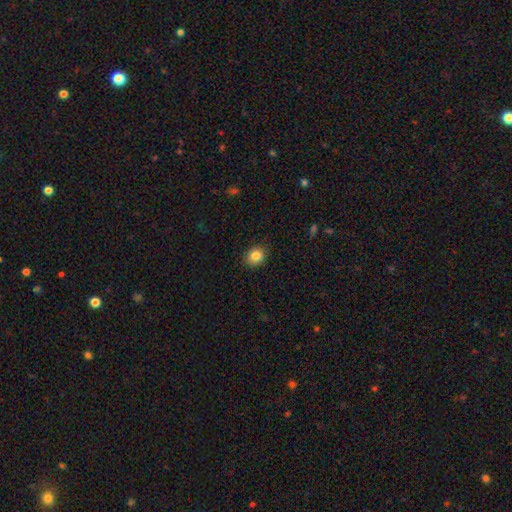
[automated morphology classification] The model was most divided on "how rounded": round: 70%, in between: 29%, cigar-shaped: 1%. More confident: merging — none (88%); smooth or featured — smooth (84%).